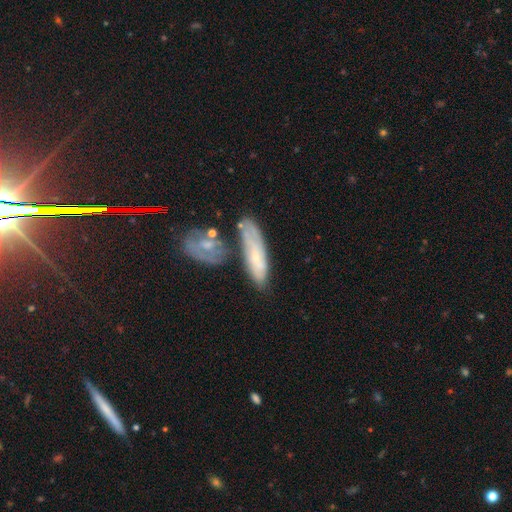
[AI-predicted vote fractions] Overall: smooth (46%; featured or disk 45%). Merging: none (58%; minor disturbance 20%).